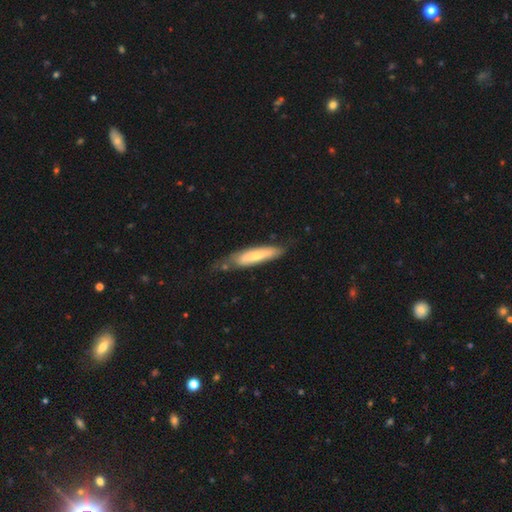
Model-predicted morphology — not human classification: The model was most divided on "merging": none: 54%, minor disturbance: 31%, major disturbance: 11%, merger: 4%. More confident: how rounded — cigar-shaped (76%); smooth or featured — smooth (60%).